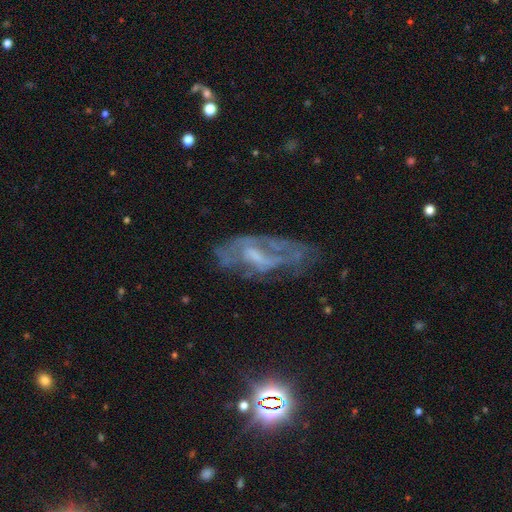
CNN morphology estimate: This is likely a featured or disk galaxy (66%). It is clearly not viewed edge-on (87%). Bar: possibly no (48%). Spiral arm pattern: possibly yes (57%). Central bulge: marginally small (40%). Merging: possibly none (53%).